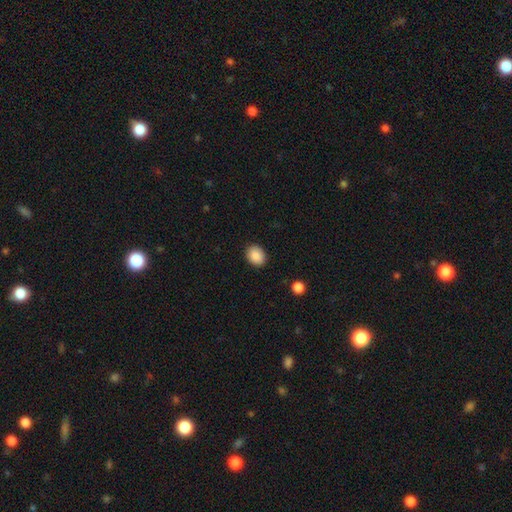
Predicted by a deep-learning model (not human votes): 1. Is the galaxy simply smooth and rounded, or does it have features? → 89% smooth, 8% star or artifact, 3% featured or disk.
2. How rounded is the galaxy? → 58% in between, 41% round, 1% cigar-shaped.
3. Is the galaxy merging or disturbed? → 89% none, 8% minor disturbance, 2% major disturbance, 1% merger.